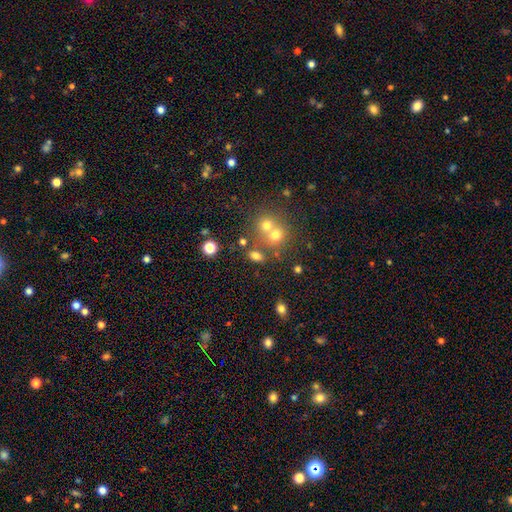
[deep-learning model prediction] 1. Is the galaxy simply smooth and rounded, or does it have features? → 70% smooth, 18% star or artifact, 12% featured or disk.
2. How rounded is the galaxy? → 72% in between, 25% round, 3% cigar-shaped.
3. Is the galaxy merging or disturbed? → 59% none, 24% merger, 12% minor disturbance, 5% major disturbance.